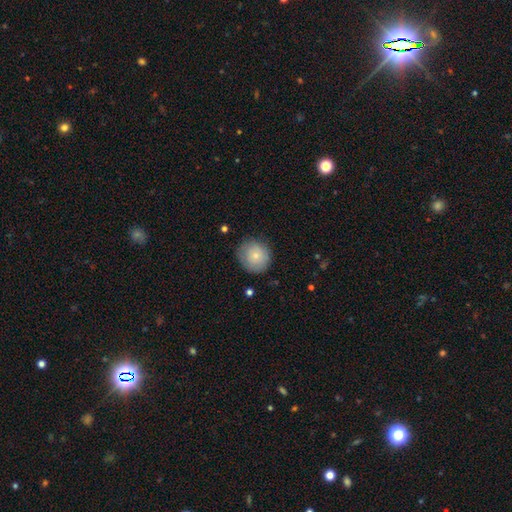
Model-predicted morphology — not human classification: A smooth galaxy with no disk features (77%) that is round (88%).

Vote fractions:
- Smooth or featured? smooth: 77% / featured or disk: 15% / star or artifact: 8%
- How rounded? round: 88% / in between: 11% / cigar-shaped: 1%
- Merging? none: 80% / minor disturbance: 15% / major disturbance: 4% / merger: 1%